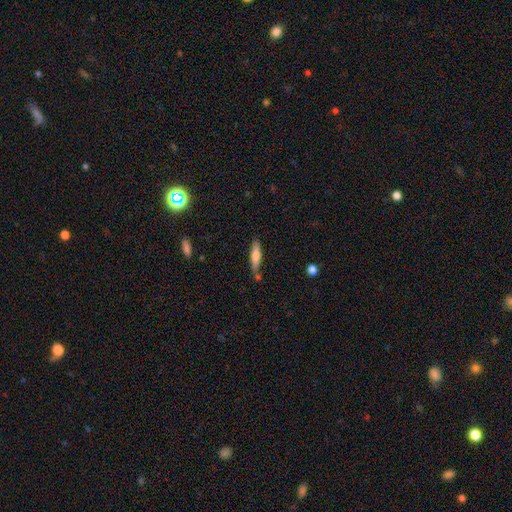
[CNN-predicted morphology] Smooth or featured? smooth (68%)
How rounded? cigar-shaped (74%)
Merging? none (72%)